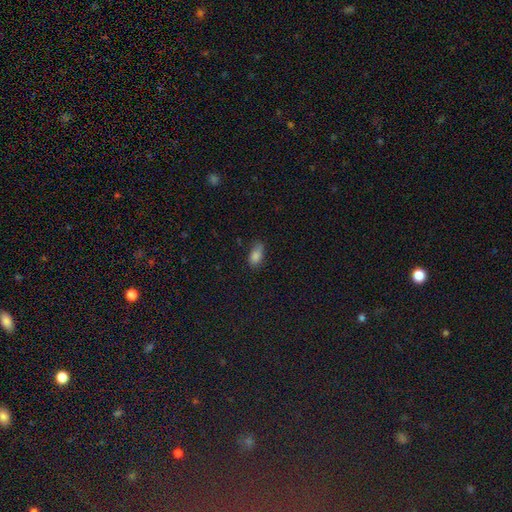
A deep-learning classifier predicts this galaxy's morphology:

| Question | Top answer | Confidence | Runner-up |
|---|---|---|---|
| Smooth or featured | smooth | 83% | star or artifact (10%) |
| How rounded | in between | 87% | cigar-shaped (8%) |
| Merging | none | 66% | minor disturbance (27%) |